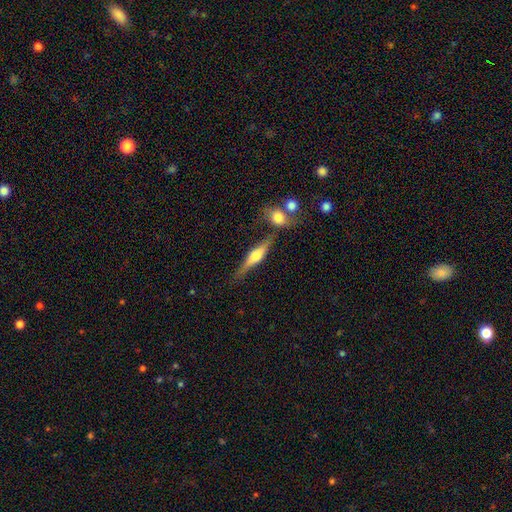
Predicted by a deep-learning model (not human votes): A featured or disk galaxy (62%) viewed edge-on (94%) with a rounded central bulge (87%). Merging: none (68%).